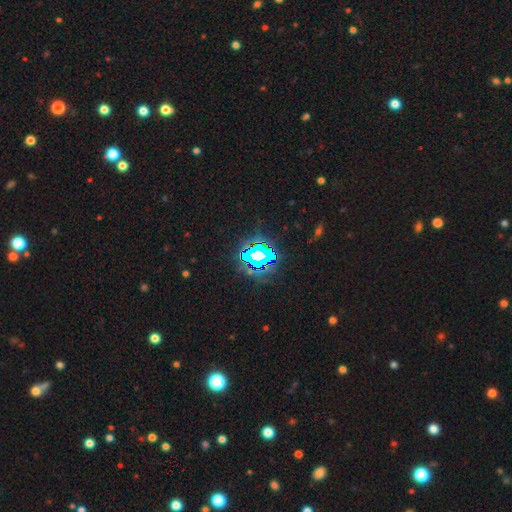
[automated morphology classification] Smooth or featured?
  - star or artifact: 73% *
  - smooth: 15%
  - featured or disk: 12%